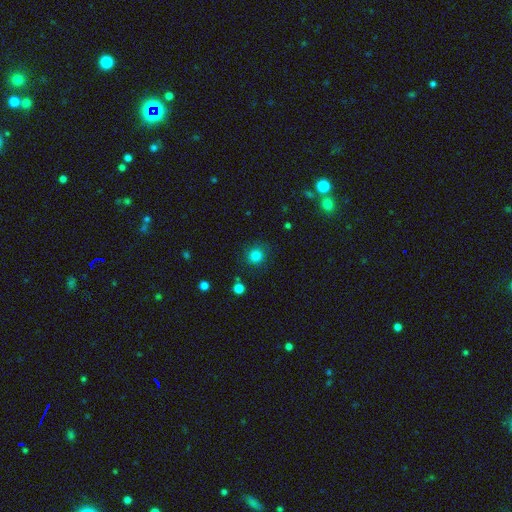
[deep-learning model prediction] Morphology: type=smooth (83%); roundness=round (91%); merging=none (86%).